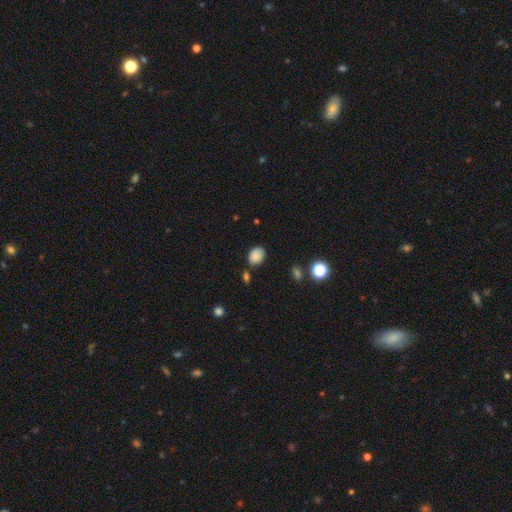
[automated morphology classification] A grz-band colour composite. It shows a smooth galaxy with no disk features (84%) that is in between round and cigar-shaped (62%). Merging: none (73%).